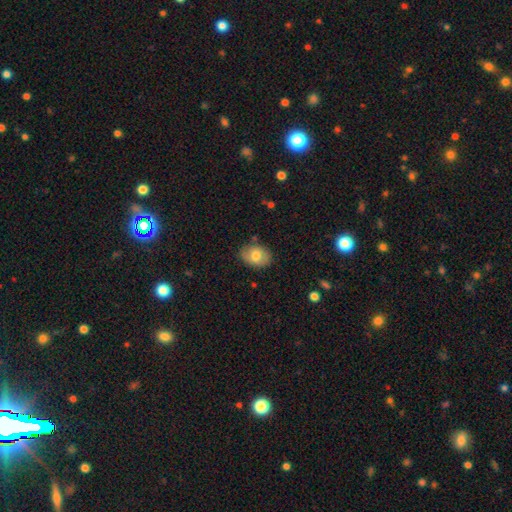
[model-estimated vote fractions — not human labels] Smooth or featured: smooth — 75% (featured or disk — 17%)
How rounded: in between — 71% (round — 28%)
Merging: none — 81% (minor disturbance — 15%)